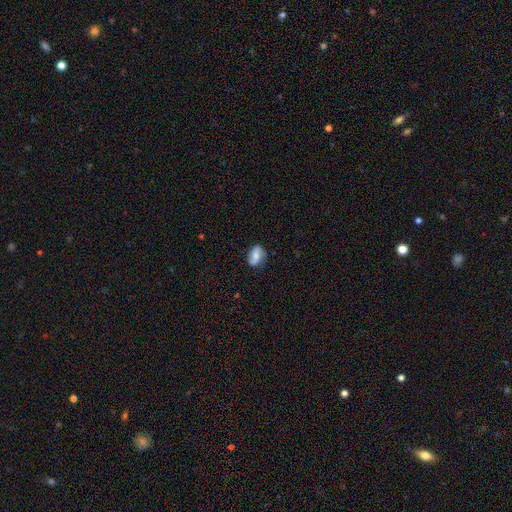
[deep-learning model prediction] featured or disk 57%, smooth 35%, star or artifact 8%. Down the decision tree: edge-on disk — no (97%); bar — no (45%); spiral arms — yes (90%); bulge size — moderate (48%); merging — none (72%).